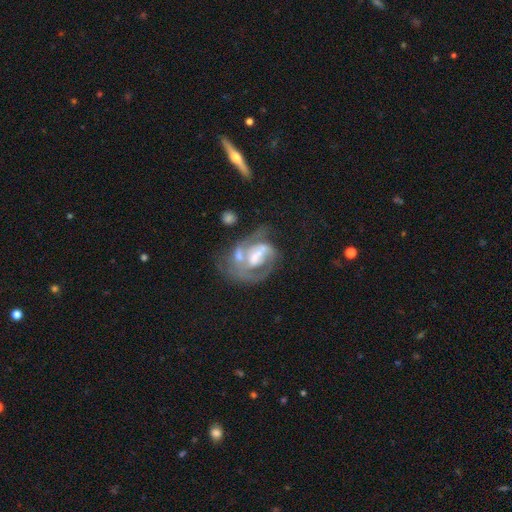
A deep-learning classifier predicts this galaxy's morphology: smooth_or_featured: featured or disk (p=0.74) [alt: smooth p=0.18]
disk_edge_on: no (p=0.97) [alt: yes p=0.03]
bar: no (p=0.45) [alt: weak p=0.35]
has_spiral_arms: yes (p=0.69) [alt: no p=0.31]
bulge_size: moderate (p=0.41) [alt: small p=0.34]
merging: merger (p=0.46) [alt: major disturbance p=0.23]